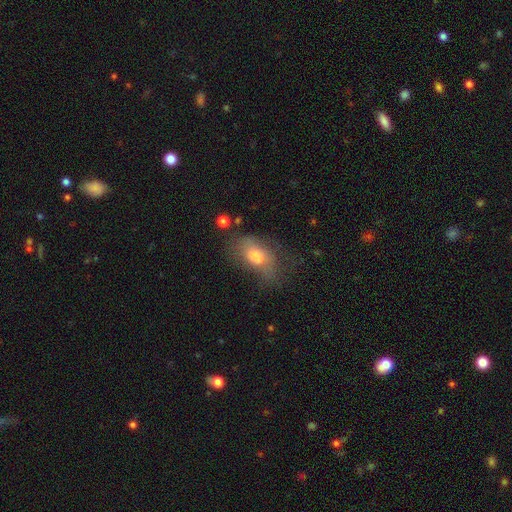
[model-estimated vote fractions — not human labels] Q: Smooth or featured?
A: smooth (63%); runner-up: featured or disk (26%)
Q: How rounded?
A: in between (85%); runner-up: round (11%)
Q: Merging?
A: none (36%); runner-up: major disturbance (30%)